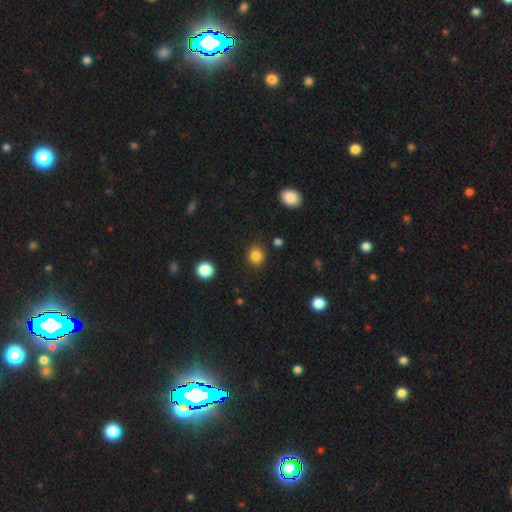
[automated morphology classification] A smooth galaxy with no disk features (84%) that is round (77%). Merging: none (87%).